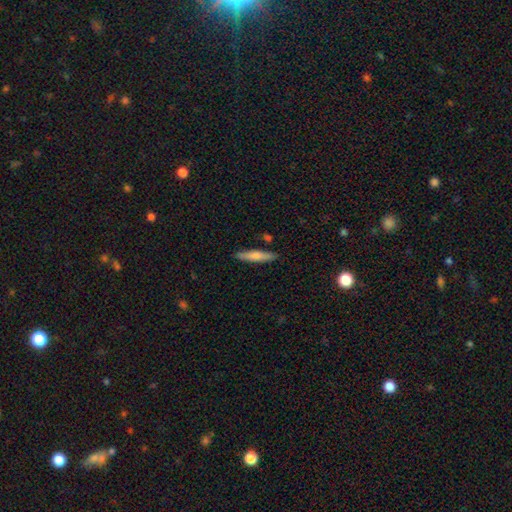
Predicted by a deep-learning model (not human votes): smooth 70%, featured or disk 24%, star or artifact 6%. Down the decision tree: how rounded — cigar-shaped (86%); merging — none (85%).